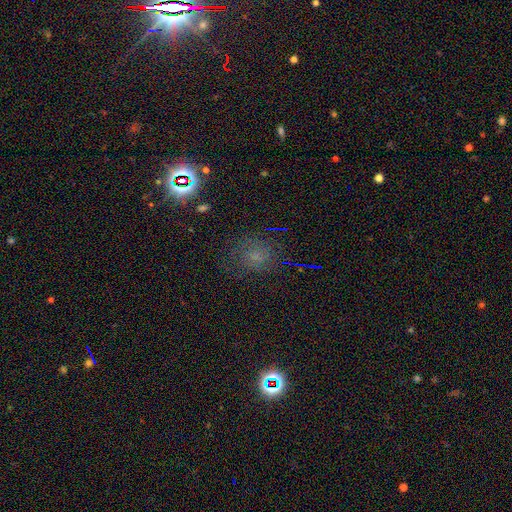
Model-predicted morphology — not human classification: Smooth or featured: smooth — 41% (star or artifact — 35%)
Merging: none — 68% (minor disturbance — 18%)